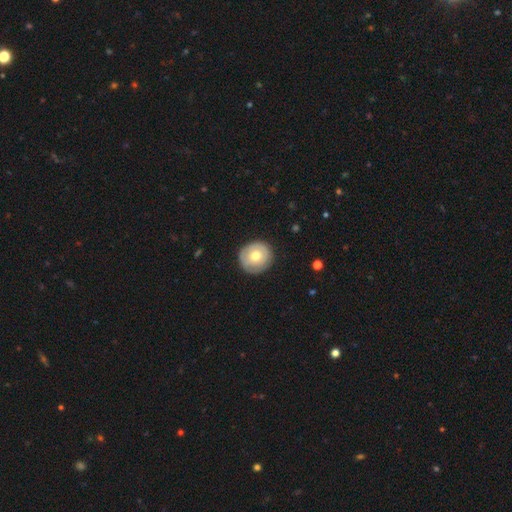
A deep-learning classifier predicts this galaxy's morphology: Smooth or featured: smooth — 55% (featured or disk — 39%)
How rounded: round — 91% (in between — 8%)
Merging: none — 84% (minor disturbance — 12%)